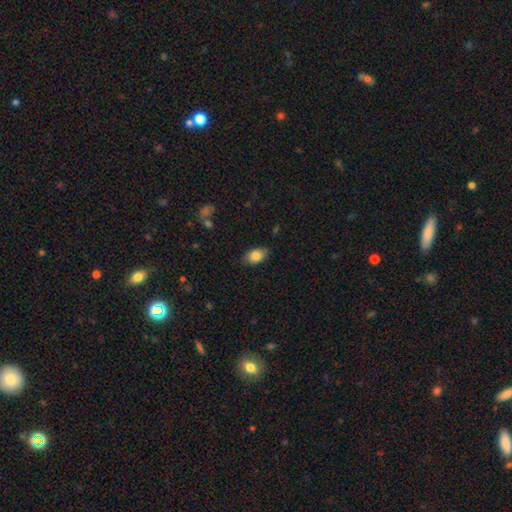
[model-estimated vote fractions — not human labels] A smooth galaxy with no disk features (85%) that is in between round and cigar-shaped (87%).

Vote fractions:
- Smooth or featured? smooth: 85% / featured or disk: 8% / star or artifact: 7%
- How rounded? in between: 87% / round: 11% / cigar-shaped: 2%
- Merging? none: 79% / minor disturbance: 16% / major disturbance: 4% / merger: 1%